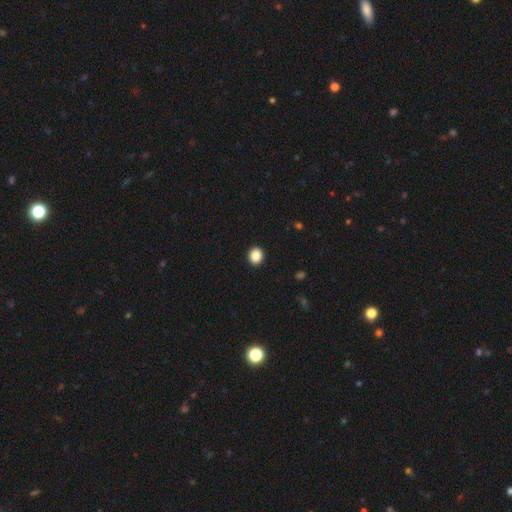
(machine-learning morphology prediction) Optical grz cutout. It shows a smooth galaxy with no disk features (87%) that is round (78%). Merging: none (93%).